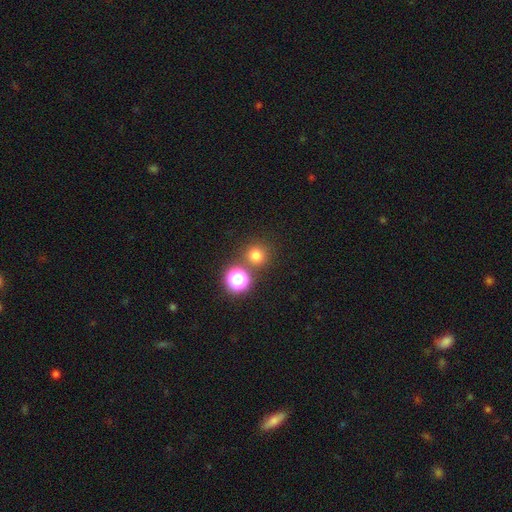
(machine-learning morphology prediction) A smooth galaxy with no disk features (73%) that is round (94%).

Vote fractions:
- Smooth or featured? smooth: 73% / star or artifact: 21% / featured or disk: 6%
- How rounded? round: 94% / in between: 5% / cigar-shaped: 1%
- Merging? none: 79% / merger: 11% / minor disturbance: 7% / major disturbance: 3%